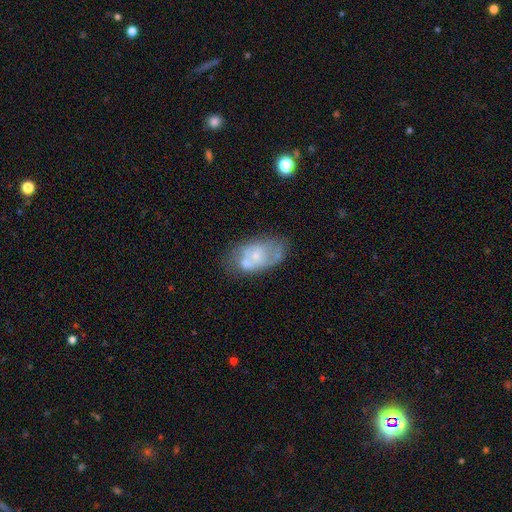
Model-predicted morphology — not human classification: Smooth or featured? featured or disk (54%)
Edge-on disk? no (96%)
Bar? no (84%)
Spiral arms? no (64%)
Bulge size? small (57%)
Merging? none (42%)